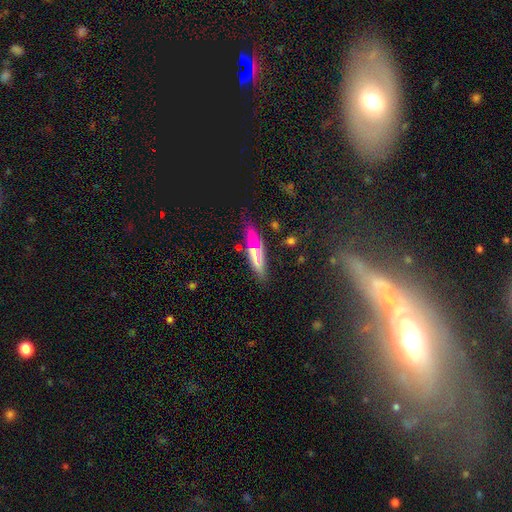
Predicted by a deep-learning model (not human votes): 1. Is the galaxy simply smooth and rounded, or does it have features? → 60% smooth, 26% featured or disk, 14% star or artifact.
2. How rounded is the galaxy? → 61% cigar-shaped, 34% in between, 5% round.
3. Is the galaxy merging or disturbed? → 78% none, 14% minor disturbance, 4% major disturbance, 3% merger.